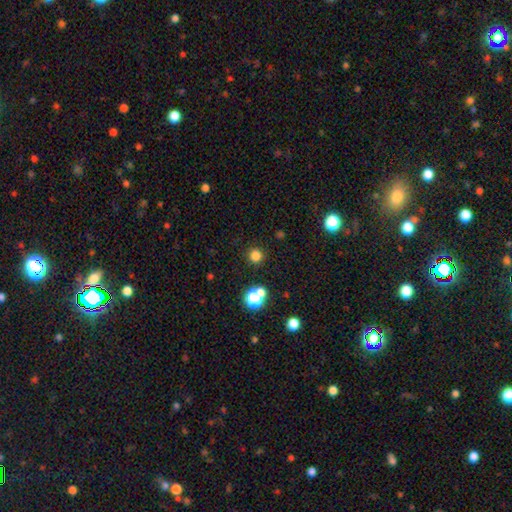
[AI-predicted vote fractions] Morphology: type=smooth (78%); roundness=round (94%); merging=none (87%).